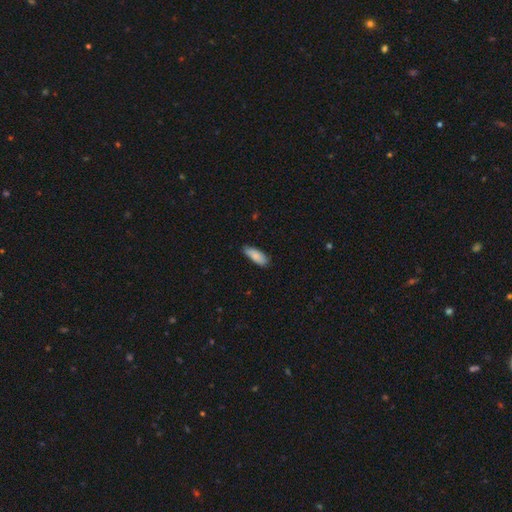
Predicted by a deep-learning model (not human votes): The model was most divided on "how rounded": in between: 74%, cigar-shaped: 25%, round: 2%. More confident: smooth or featured — smooth (85%); merging — none (76%).